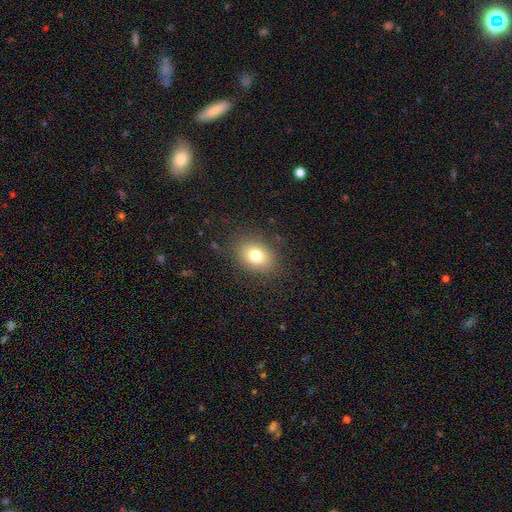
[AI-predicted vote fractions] A smooth galaxy with no disk features (77%) that is in between round and cigar-shaped (66%).

Vote fractions:
- Smooth or featured? smooth: 77% / featured or disk: 11% / star or artifact: 11%
- How rounded? in between: 66% / round: 33% / cigar-shaped: 1%
- Merging? none: 85% / minor disturbance: 10% / major disturbance: 4% / merger: 1%